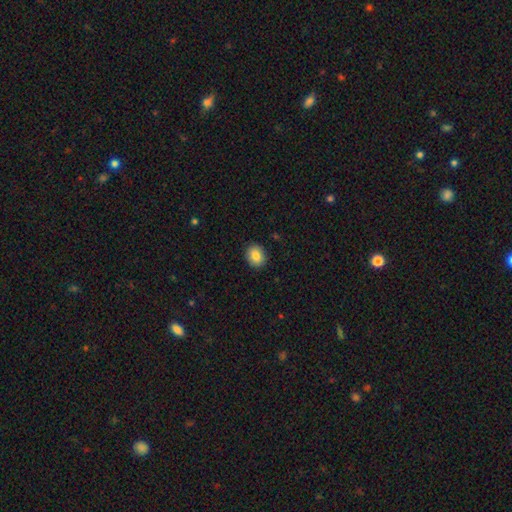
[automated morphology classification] A smooth galaxy with no disk features (85%) that is round (55%).

Vote fractions:
- Smooth or featured? smooth: 85% / star or artifact: 8% / featured or disk: 6%
- How rounded? round: 55% / in between: 44% / cigar-shaped: 1%
- Merging? none: 90% / minor disturbance: 7% / major disturbance: 2% / merger: 1%